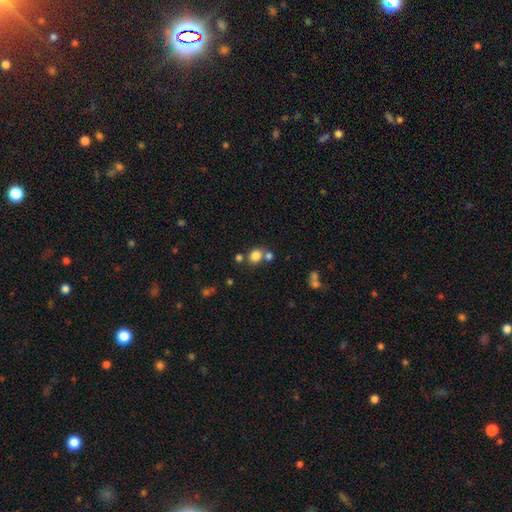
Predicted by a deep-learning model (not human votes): A smooth galaxy with no disk features (80%) that is round (67%). Merging: none (58%).